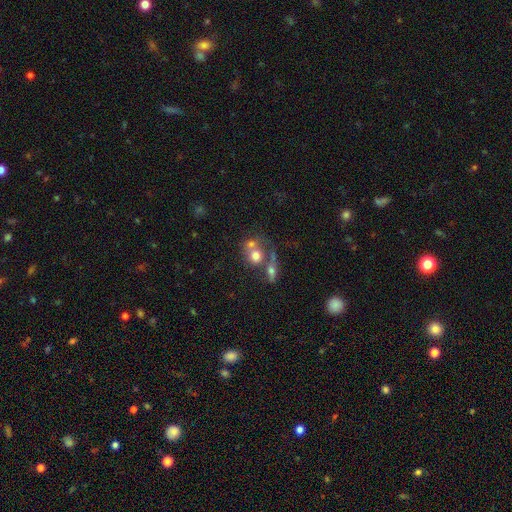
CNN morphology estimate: This appears to be a smooth galaxy with no disk features (64%) that is round (71%). Merging: merger (55%).